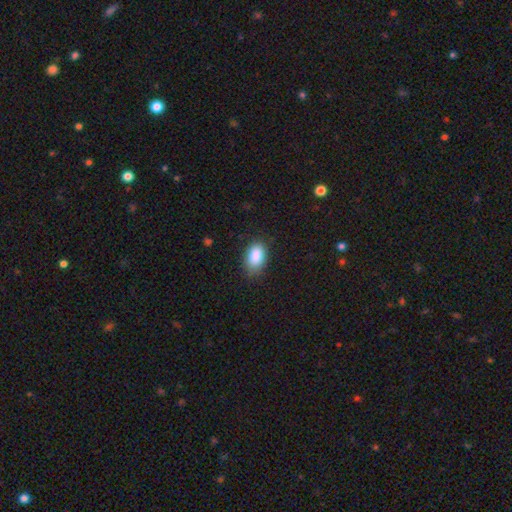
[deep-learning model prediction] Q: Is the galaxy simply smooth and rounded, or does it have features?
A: smooth — 87%.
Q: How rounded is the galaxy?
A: in between — 89%.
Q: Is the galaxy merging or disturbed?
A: none — 82%.